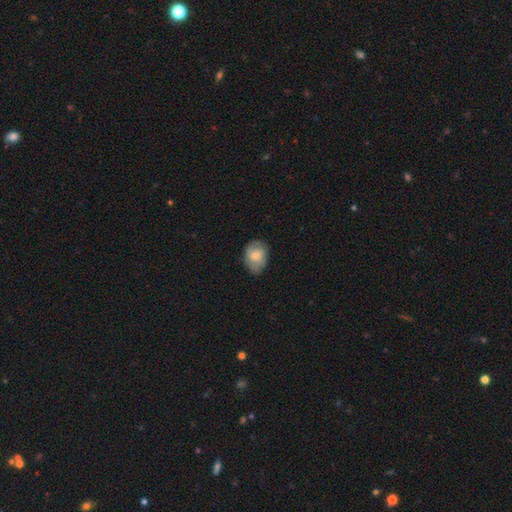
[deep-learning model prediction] The model was most divided on "how rounded": in between: 65%, round: 34%, cigar-shaped: 1%. More confident: merging — none (65%); smooth or featured — smooth (62%).